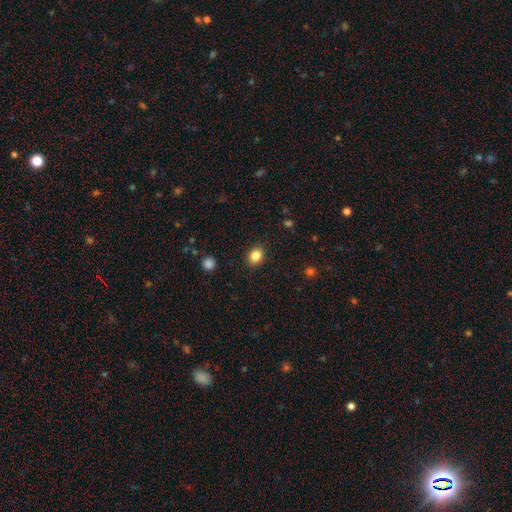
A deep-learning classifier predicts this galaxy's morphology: smooth 85%, star or artifact 10%, featured or disk 5%. Down the decision tree: how rounded — in between (51%); merging — none (89%).